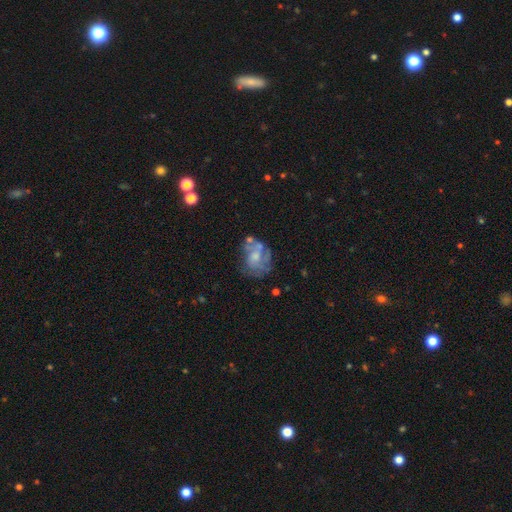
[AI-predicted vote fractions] featured or disk 57%, smooth 33%, star or artifact 9%. Down the decision tree: edge-on disk — no (98%); bar — no (77%); spiral arms — no (59%); bulge size — moderate (42%); merging — none (45%).